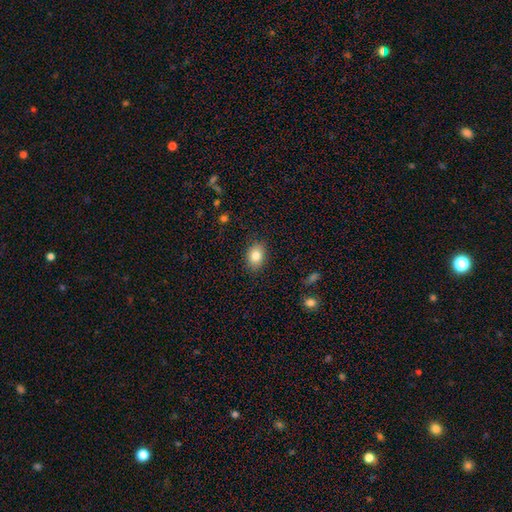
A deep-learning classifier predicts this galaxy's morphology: Smooth or featured? smooth (82%)
How rounded? in between (73%)
Merging? none (87%)